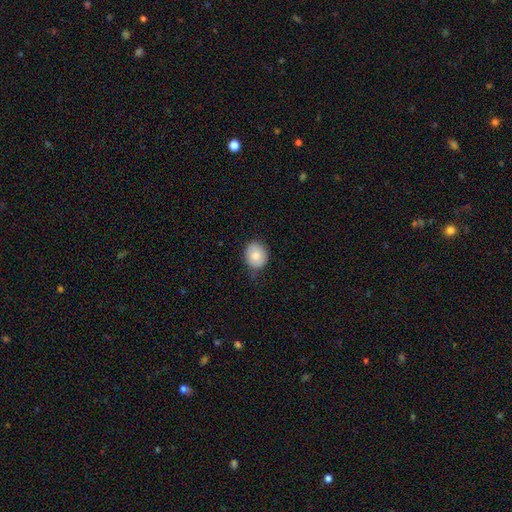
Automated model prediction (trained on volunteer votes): A smooth galaxy with no disk features (78%) that is round (62%). Merging: none (77%).